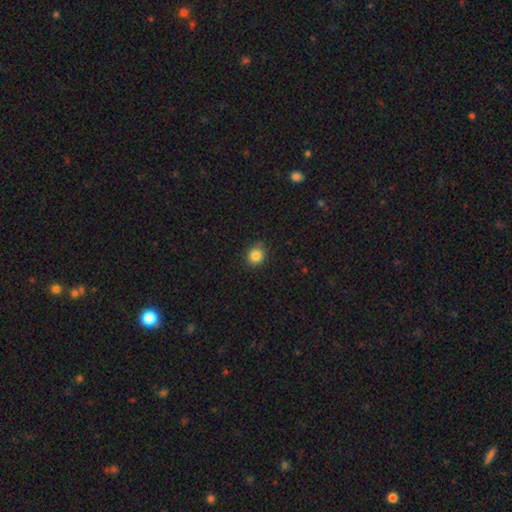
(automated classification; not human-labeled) This appears to be a smooth galaxy with no disk features (84%) that is round (79%). Merging: none (83%).